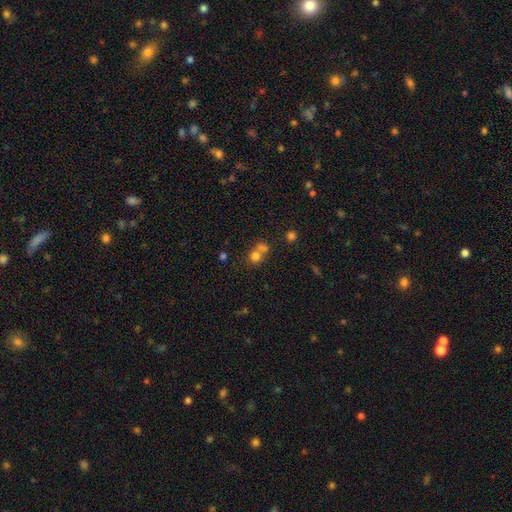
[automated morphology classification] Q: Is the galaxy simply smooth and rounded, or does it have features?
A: smooth — 70%.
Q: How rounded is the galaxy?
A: round — 81%.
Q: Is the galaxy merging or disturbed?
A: merger — 49%.